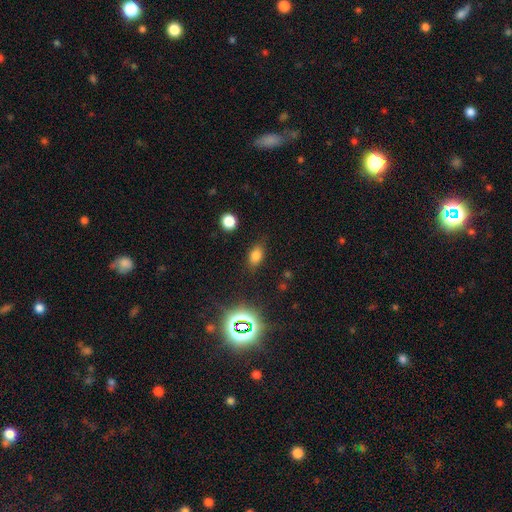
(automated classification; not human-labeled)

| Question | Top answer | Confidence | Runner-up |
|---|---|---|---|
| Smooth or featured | smooth | 74% | star or artifact (18%) |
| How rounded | in between | 82% | round (14%) |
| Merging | none | 81% | minor disturbance (13%) |